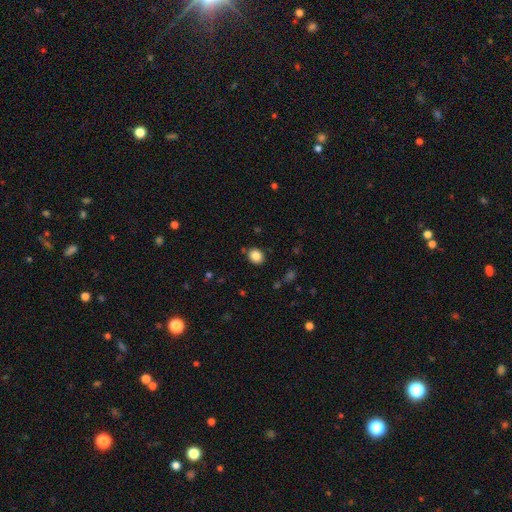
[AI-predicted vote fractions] Smooth or featured? Predicted: smooth (p=0.85). How rounded? Predicted: round (p=0.65). Merging? Predicted: none (p=0.85).